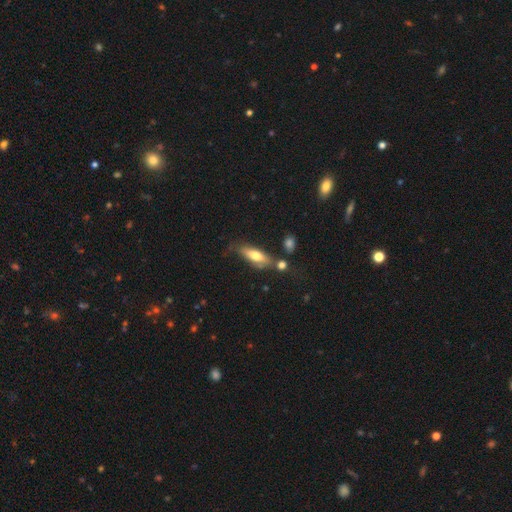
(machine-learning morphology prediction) Smooth or featured?
  - smooth: 64% *
  - featured or disk: 30%
  - star or artifact: 7%
How rounded?
  - in between: 55% *
  - cigar-shaped: 43%
  - round: 2%
Merging?
  - none: 59% *
  - minor disturbance: 22%
  - merger: 12%
  - major disturbance: 8%